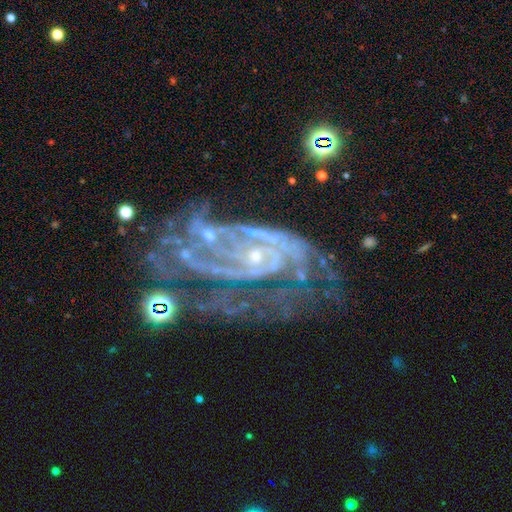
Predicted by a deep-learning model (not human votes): smooth-or-featured: featured or disk: 86% | star or artifact: 9% | smooth: 5%
  disk-edge-on: no: 97% | yes: 3%
    bar: no: 61% | weak: 28% | strong: 11%
    has-spiral-arms: yes: 93% | no: 7%
      spiral-winding: tight: 51% | medium: 37% | loose: 12%
      spiral-arm-count: 2: 28% | can't tell: 27% | 3: 18% | 4: 11% | more than 4: 8% | 1: 8%
    bulge-size: small: 79% | moderate: 12% | none: 6% | large: 1% | dominant: 1%
  merging: none: 38% | major disturbance: 30% | minor disturbance: 20% | merger: 13%